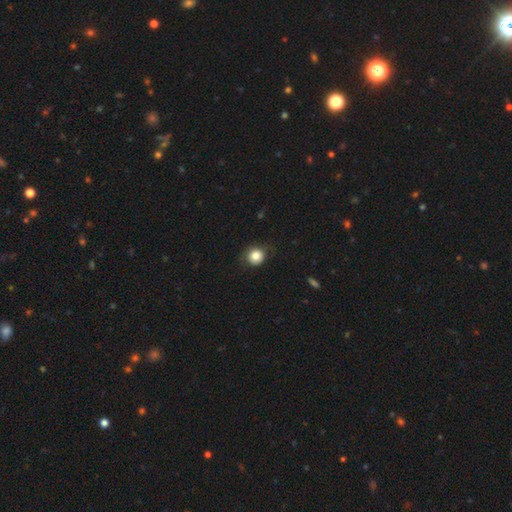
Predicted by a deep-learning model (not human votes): Overall: smooth (82%). How rounded: round (88%). Merging: none (78%).